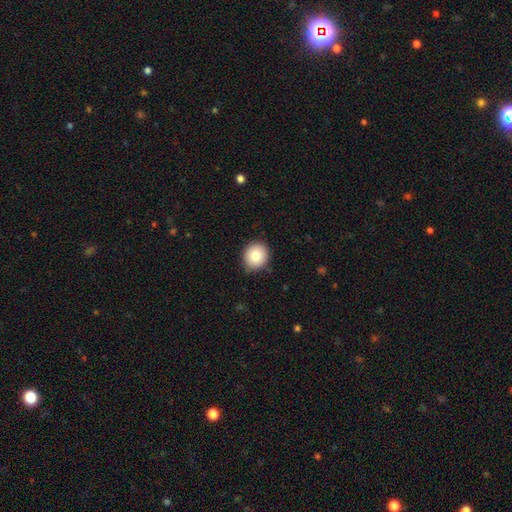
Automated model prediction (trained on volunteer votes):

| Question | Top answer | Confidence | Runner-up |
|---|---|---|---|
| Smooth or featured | smooth | 83% | star or artifact (9%) |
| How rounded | round | 85% | in between (14%) |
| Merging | none | 86% | minor disturbance (11%) |